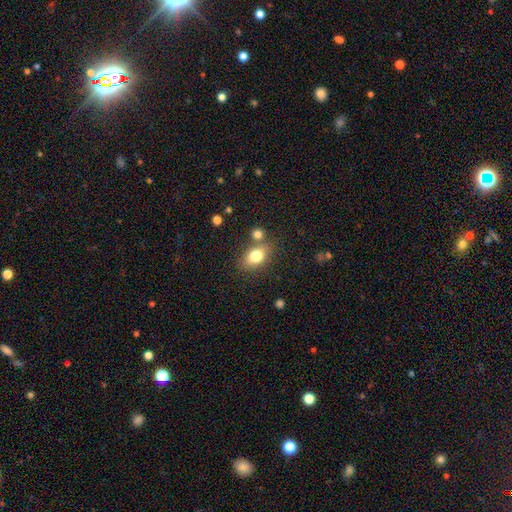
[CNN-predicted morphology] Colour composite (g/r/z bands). It shows a smooth galaxy with no disk features (77%) that is in between round and cigar-shaped (77%). Merging: none (68%).